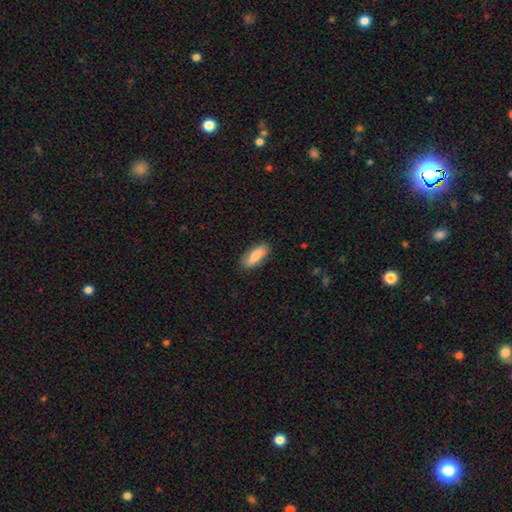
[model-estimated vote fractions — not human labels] Overall: smooth (78%). How rounded: in between (82%). Merging: none (82%).